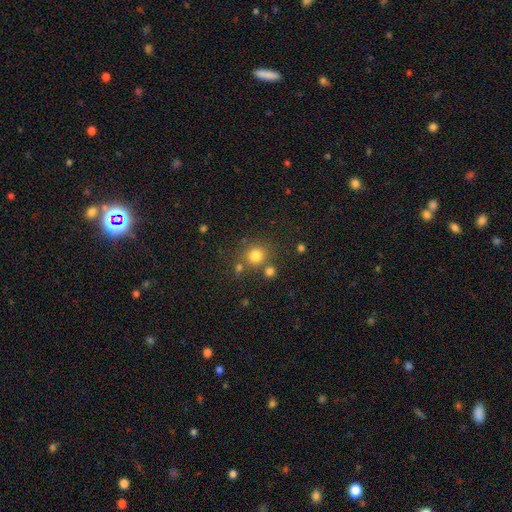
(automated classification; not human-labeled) smooth 78%, star or artifact 16%, featured or disk 7%. Down the decision tree: how rounded — round (86%); merging — none (72%).